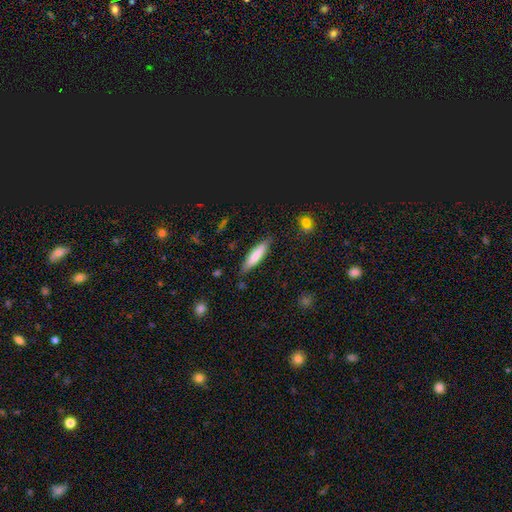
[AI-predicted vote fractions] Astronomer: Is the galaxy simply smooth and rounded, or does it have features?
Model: smooth — 75%.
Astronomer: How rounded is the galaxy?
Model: cigar-shaped — 77%.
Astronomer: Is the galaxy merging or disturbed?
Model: none — 84%.